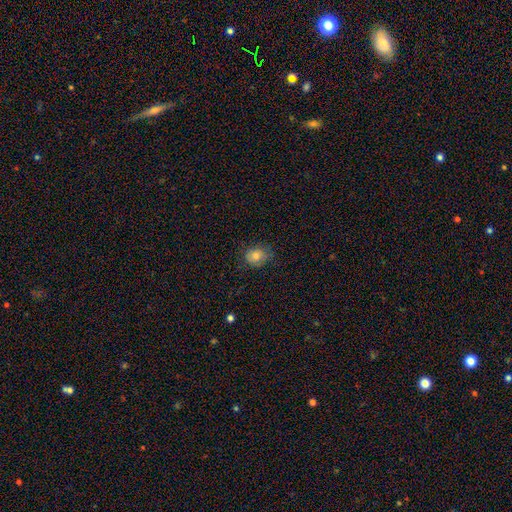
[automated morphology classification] This is likely a smooth galaxy (79%). How rounded: possibly round (56%). Merging: likely none (73%).